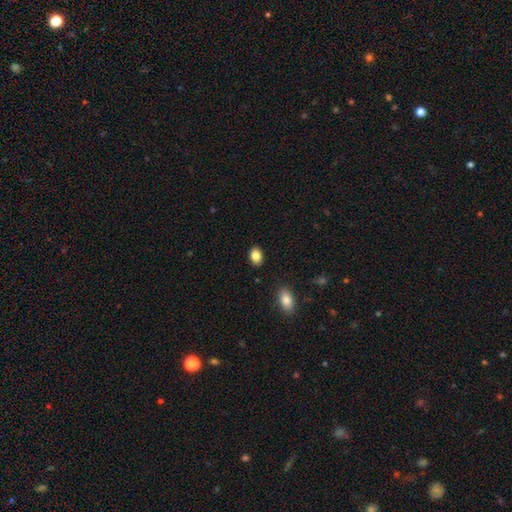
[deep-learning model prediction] This appears to be a smooth galaxy with no disk features (85%) that is in between round and cigar-shaped (73%). Merging: none (88%).